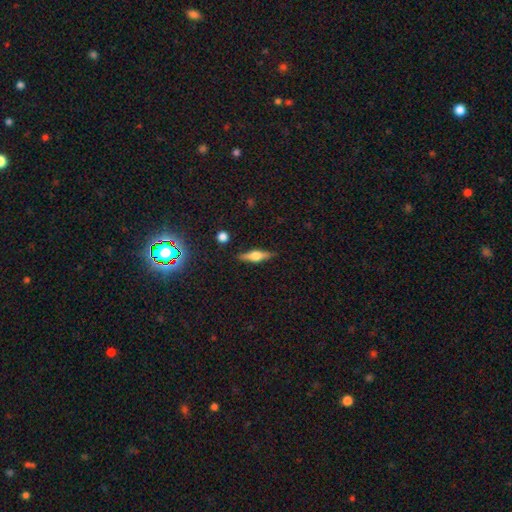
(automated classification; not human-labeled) This is possibly a featured or disk galaxy (59%). It is clearly viewed edge-on (96%). Edge-on bulge: clearly rounded (88%). Merging: clearly none (87%).